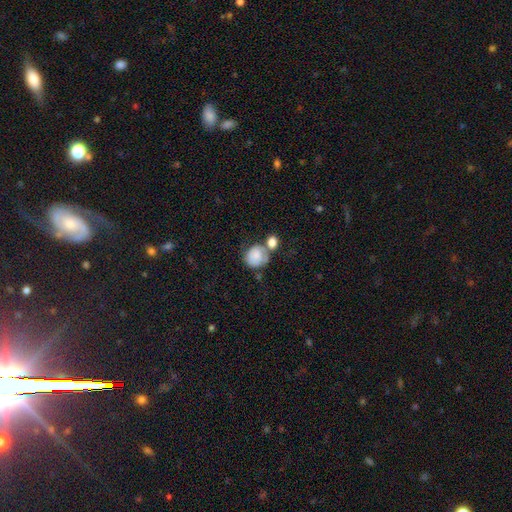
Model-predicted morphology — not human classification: A smooth galaxy with no disk features (79%) that is round (72%).

Vote fractions:
- Smooth or featured? smooth: 79% / featured or disk: 13% / star or artifact: 8%
- How rounded? round: 72% / in between: 27% / cigar-shaped: 1%
- Merging? merger: 38% / none: 37% / minor disturbance: 17% / major disturbance: 8%